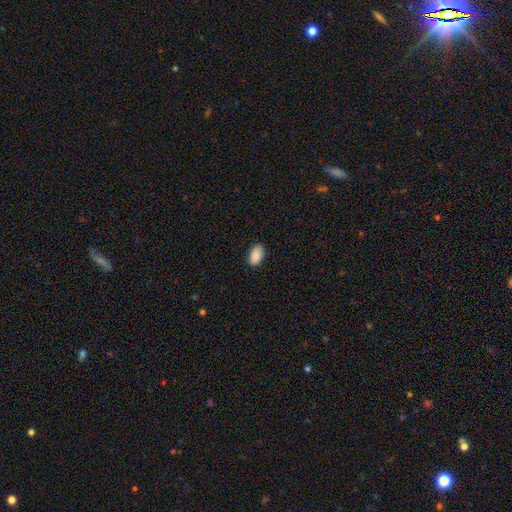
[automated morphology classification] Smooth or featured? Predicted: smooth (p=0.88). How rounded? Predicted: in between (p=0.94). Merging? Predicted: none (p=0.87).